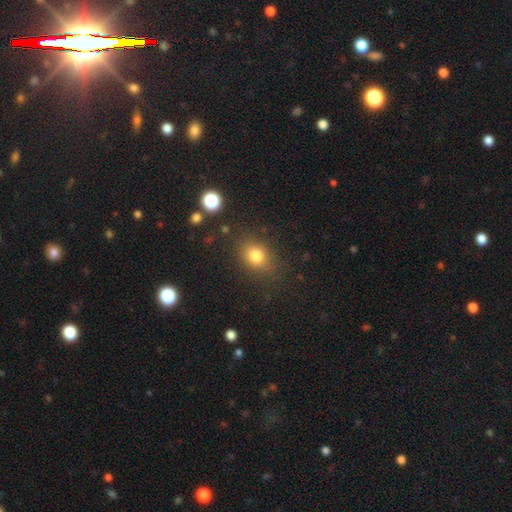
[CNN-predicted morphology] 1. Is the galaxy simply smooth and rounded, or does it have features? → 80% smooth, 13% star or artifact, 7% featured or disk.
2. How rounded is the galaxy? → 52% round, 46% in between, 1% cigar-shaped.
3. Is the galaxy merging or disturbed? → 80% none, 13% minor disturbance, 5% major disturbance, 2% merger.